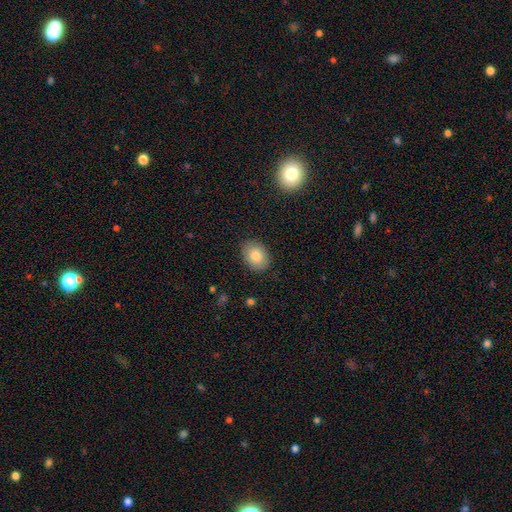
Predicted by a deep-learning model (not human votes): Q: Smooth or featured?
A: smooth (82%); runner-up: featured or disk (10%)
Q: How rounded?
A: in between (71%); runner-up: round (28%)
Q: Merging?
A: none (87%); runner-up: minor disturbance (10%)